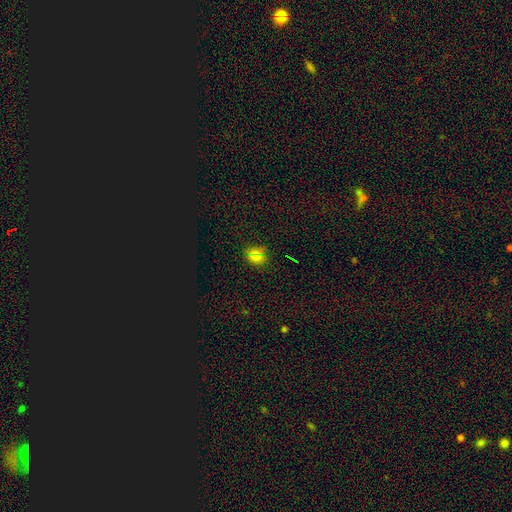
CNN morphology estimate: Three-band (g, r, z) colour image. It shows a smooth galaxy with no disk features (73%) that is round (68%). Merging: none (77%).